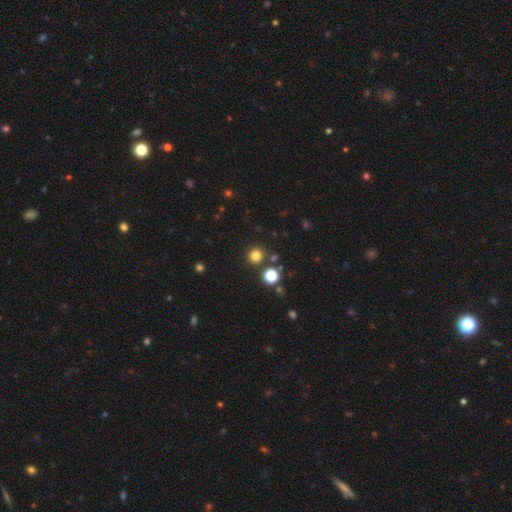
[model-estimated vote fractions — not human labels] smooth-or-featured: smooth: 79% | star or artifact: 17% | featured or disk: 4%
  how-rounded: round: 93% | in between: 6% | cigar-shaped: 1%
  merging: none: 85% | minor disturbance: 6% | merger: 6% | major disturbance: 3%